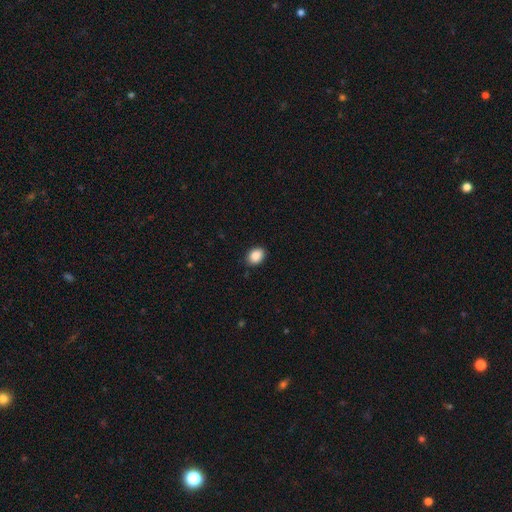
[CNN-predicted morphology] Q: Smooth or featured?
A: smooth (89%); runner-up: star or artifact (8%)
Q: How rounded?
A: in between (69%); runner-up: round (30%)
Q: Merging?
A: none (86%); runner-up: minor disturbance (11%)